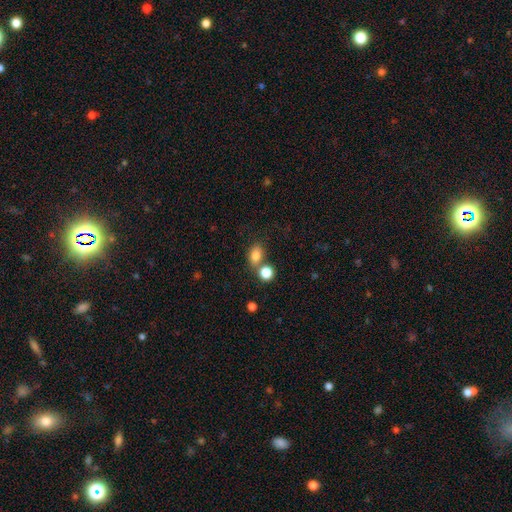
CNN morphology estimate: smooth_or_featured: smooth (p=0.81) [alt: star or artifact p=0.12]
how_rounded: in between (p=0.67) [alt: round p=0.31]
merging: none (p=0.58) [alt: merger p=0.26]